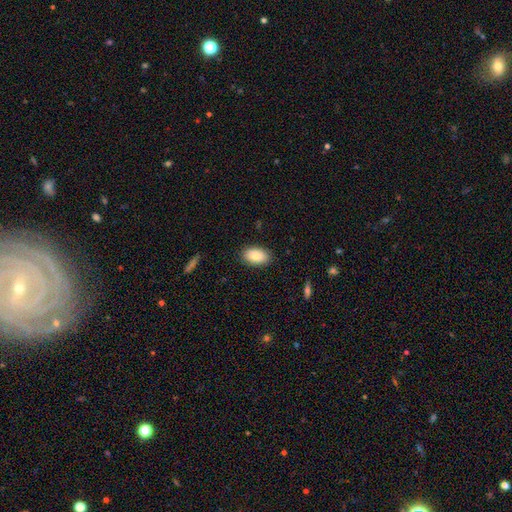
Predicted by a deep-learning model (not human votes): smooth 86%, featured or disk 7%, star or artifact 7%. Down the decision tree: how rounded — in between (93%); merging — none (87%).